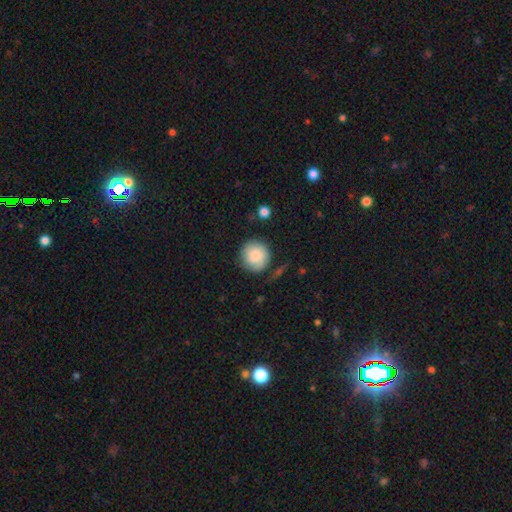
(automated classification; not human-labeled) smooth-or-featured: smooth: 73% | featured or disk: 20% | star or artifact: 7%
  how-rounded: round: 91% | in between: 8% | cigar-shaped: 1%
  merging: none: 76% | minor disturbance: 16% | major disturbance: 6% | merger: 3%